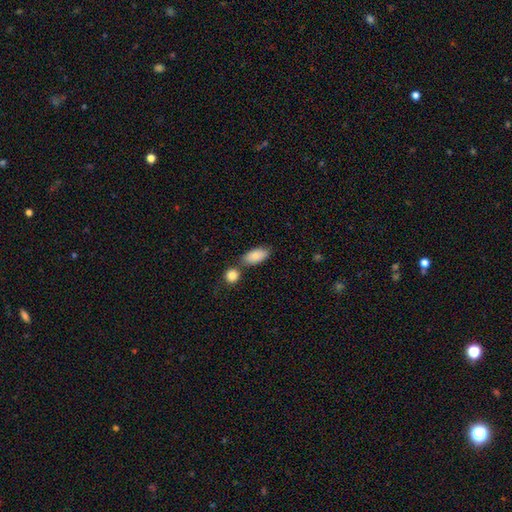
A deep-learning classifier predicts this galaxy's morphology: Smooth or featured: smooth — 83% (featured or disk — 11%)
How rounded: in between — 91% (cigar-shaped — 5%)
Merging: none — 59% (merger — 24%)